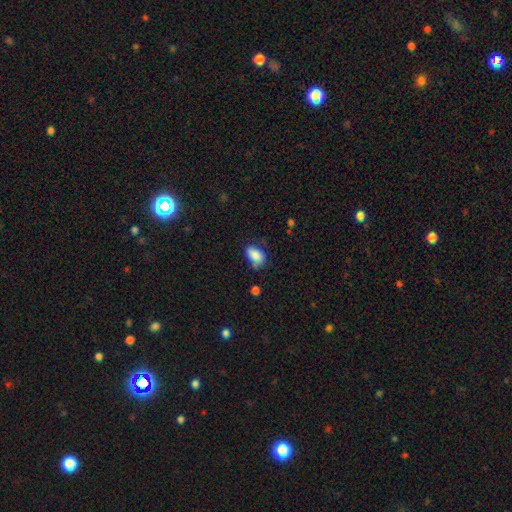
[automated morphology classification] Smooth or featured: smooth — 85% (star or artifact — 8%)
How rounded: in between — 90% (round — 8%)
Merging: none — 58% (minor disturbance — 27%)